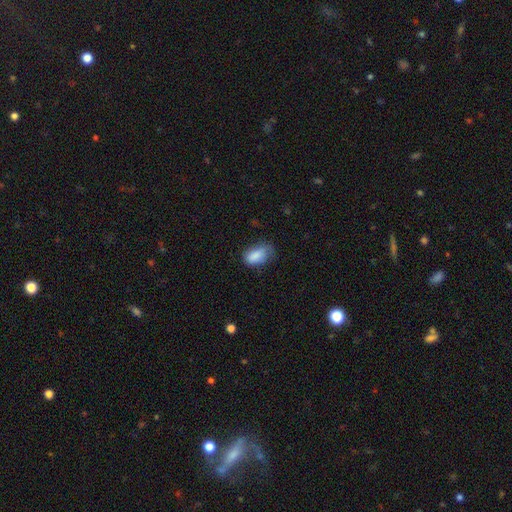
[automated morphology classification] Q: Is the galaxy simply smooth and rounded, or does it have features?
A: smooth — 85%.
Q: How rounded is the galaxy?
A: in between — 91%.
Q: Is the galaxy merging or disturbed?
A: none — 52%.